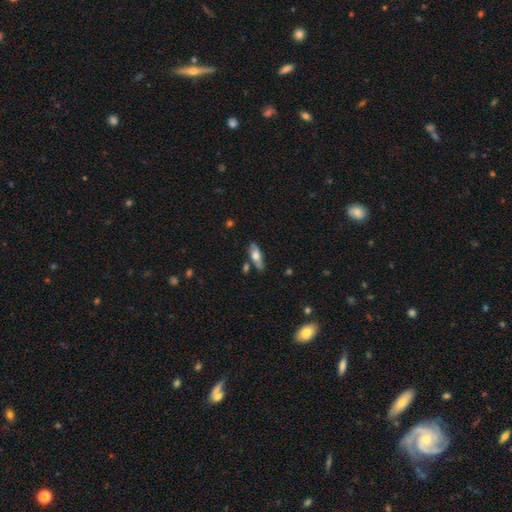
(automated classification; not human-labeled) Q: Smooth or featured?
A: smooth (54%); runner-up: featured or disk (39%)
Q: How rounded?
A: in between (69%); runner-up: cigar-shaped (28%)
Q: Merging?
A: none (65%); runner-up: minor disturbance (20%)